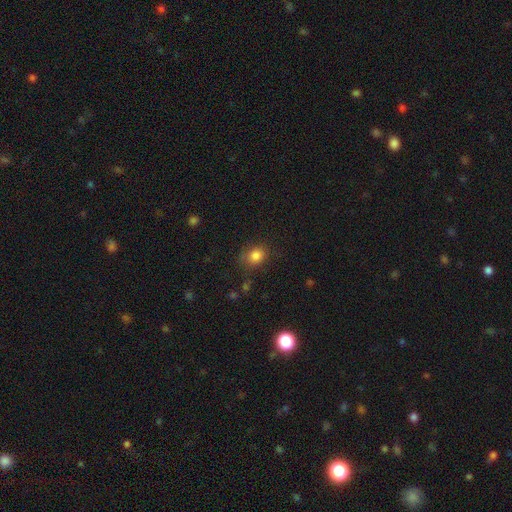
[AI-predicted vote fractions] The model was most divided on "how rounded": round: 59%, in between: 40%, cigar-shaped: 1%. More confident: smooth or featured — smooth (83%); merging — none (71%).